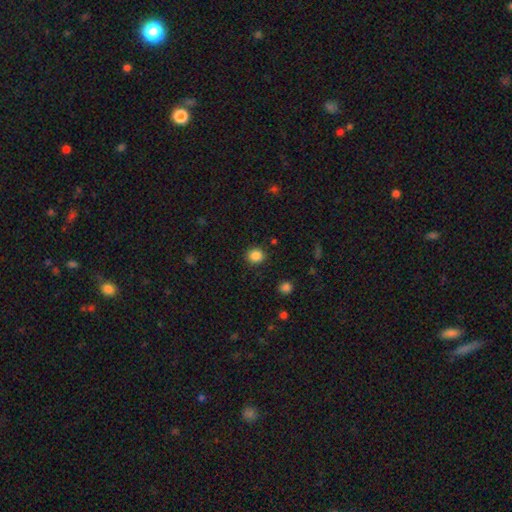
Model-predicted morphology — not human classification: Smooth or featured? smooth (85%)
How rounded? round (88%)
Merging? none (90%)